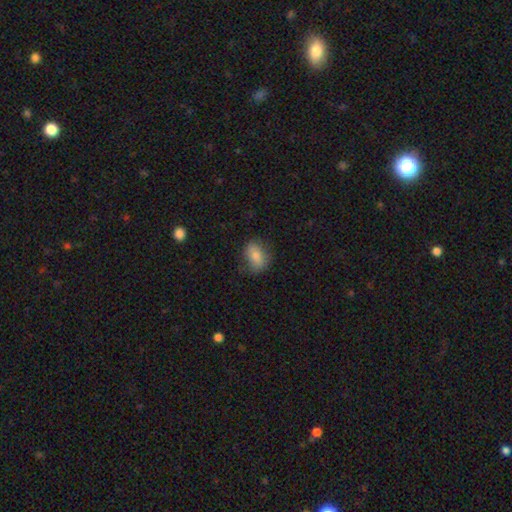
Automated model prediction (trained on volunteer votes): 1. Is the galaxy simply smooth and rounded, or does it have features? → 75% smooth, 17% featured or disk, 9% star or artifact.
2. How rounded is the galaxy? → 72% in between, 26% round, 2% cigar-shaped.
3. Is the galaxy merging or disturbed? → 75% none, 19% minor disturbance, 5% major disturbance, 1% merger.